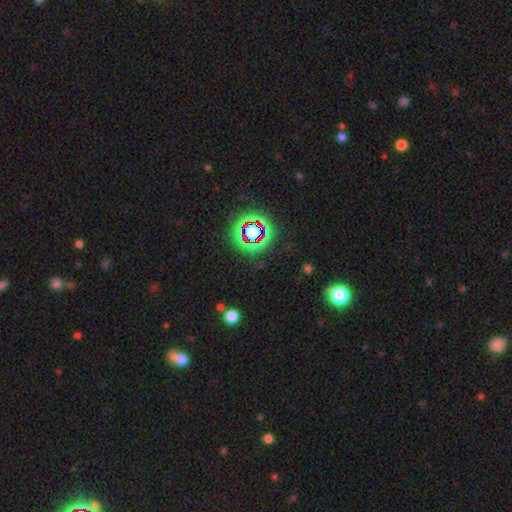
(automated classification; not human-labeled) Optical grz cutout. It shows a star or artifact, not a galaxy (78%).